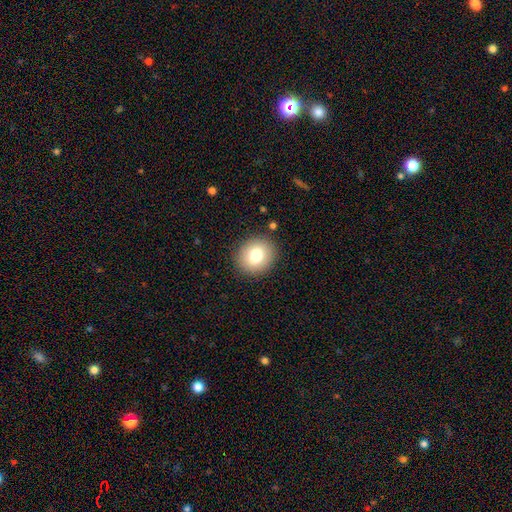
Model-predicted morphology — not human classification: Smooth or featured: smooth — 77% (featured or disk — 12%)
How rounded: round — 71% (in between — 28%)
Merging: none — 89% (minor disturbance — 8%)